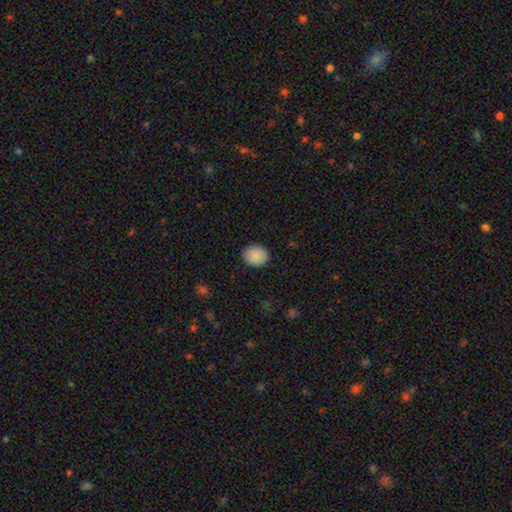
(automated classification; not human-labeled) Smooth or featured?
  - smooth: 89% *
  - star or artifact: 8%
  - featured or disk: 3%
How rounded?
  - round: 67% *
  - in between: 33%
  - cigar-shaped: 1%
Merging?
  - none: 90% *
  - minor disturbance: 7%
  - major disturbance: 2%
  - merger: 1%